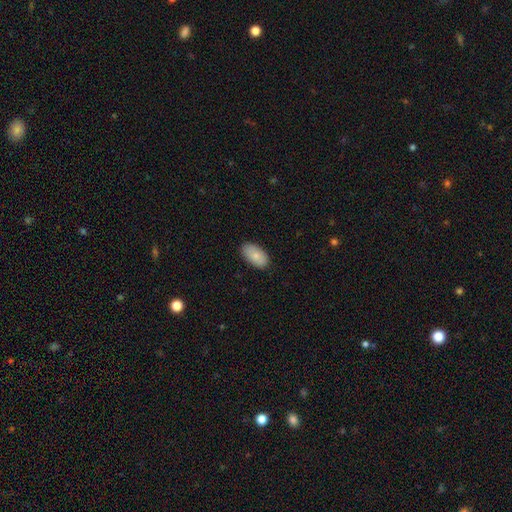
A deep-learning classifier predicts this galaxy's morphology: smooth 83%, featured or disk 11%, star or artifact 6%. Down the decision tree: how rounded — in between (95%); merging — none (87%).